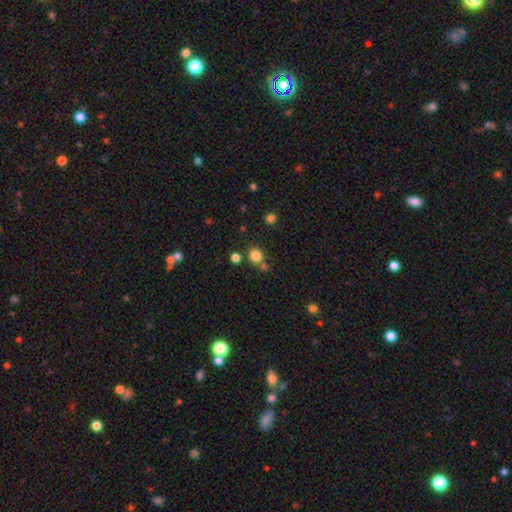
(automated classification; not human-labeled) This appears to be a smooth galaxy with no disk features (81%) that is round (81%). Merging: none (73%).